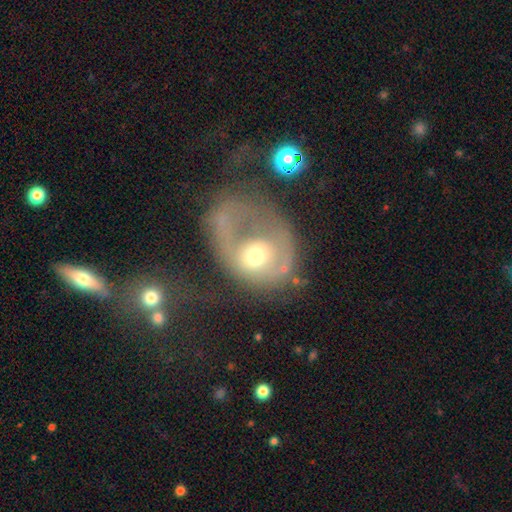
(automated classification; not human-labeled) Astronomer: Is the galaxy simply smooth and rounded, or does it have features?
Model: featured or disk — 54% (runner-up: smooth, 37%).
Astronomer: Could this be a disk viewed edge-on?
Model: no — 96%.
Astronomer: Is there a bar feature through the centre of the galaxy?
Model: no — 79%.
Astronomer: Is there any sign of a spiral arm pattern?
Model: no — 55% (runner-up: yes, 45%).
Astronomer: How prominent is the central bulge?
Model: moderate — 61%.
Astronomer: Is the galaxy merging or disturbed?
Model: major disturbance — 59%.